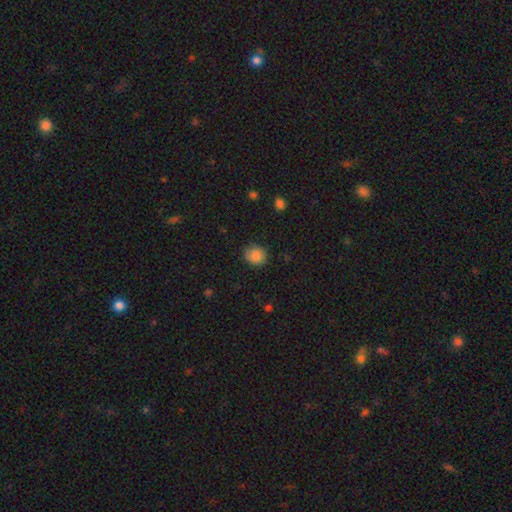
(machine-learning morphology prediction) This is clearly a smooth galaxy (86%). How rounded: clearly round (81%). Merging: clearly none (82%).